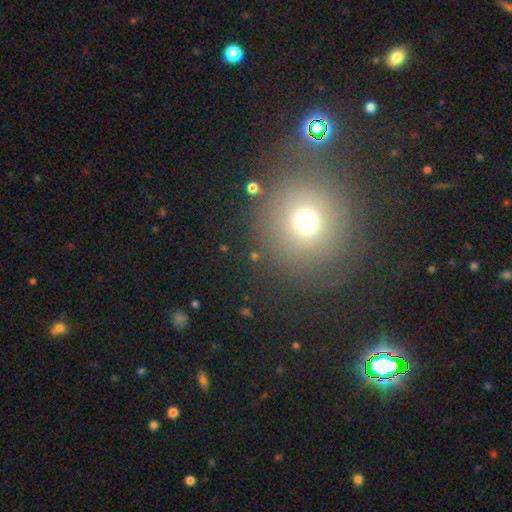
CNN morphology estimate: smooth_or_featured: smooth (p=0.62) [alt: star or artifact p=0.26]
how_rounded: round (p=0.90) [alt: in between p=0.08]
merging: none (p=0.80) [alt: minor disturbance p=0.09]